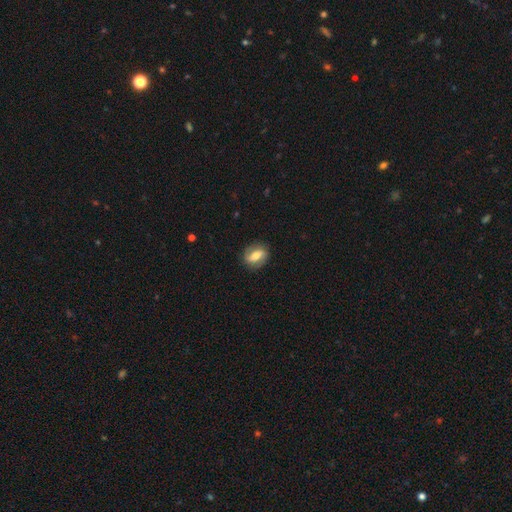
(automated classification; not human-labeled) A featured or disk galaxy (52%). Merging: none (83%).